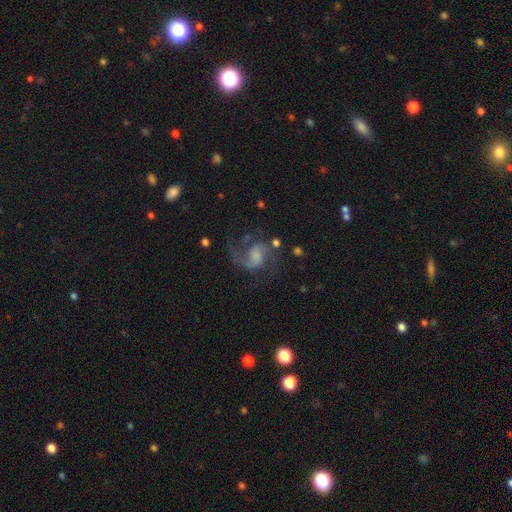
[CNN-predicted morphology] smooth_or_featured: featured or disk (p=0.85) [alt: star or artifact p=0.08]
disk_edge_on: no (p=0.98) [alt: yes p=0.02]
bar: weak (p=0.48) [alt: no p=0.40]
has_spiral_arms: yes (p=0.97) [alt: no p=0.03]
spiral_winding: medium (p=0.54) [alt: loose p=0.33]
spiral_arm_count: 2 (p=0.82) [alt: 1 p=0.06]
bulge_size: moderate (p=0.29) [alt: small p=0.28]
merging: none (p=0.66) [alt: major disturbance p=0.16]